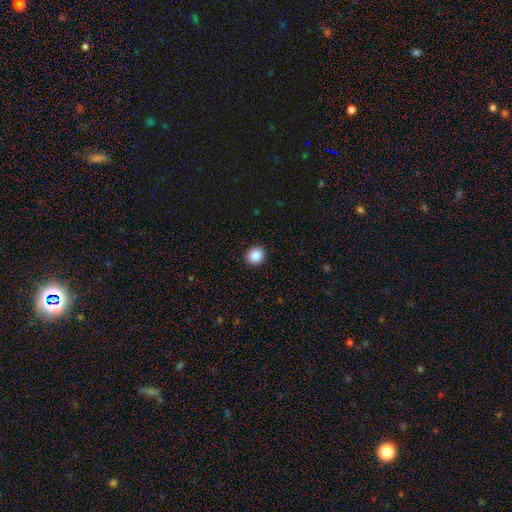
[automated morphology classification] Smooth or featured?
  - smooth: 88% *
  - star or artifact: 9%
  - featured or disk: 3%
How rounded?
  - round: 80% *
  - in between: 19%
  - cigar-shaped: 1%
Merging?
  - none: 91% *
  - minor disturbance: 6%
  - major disturbance: 2%
  - merger: 1%